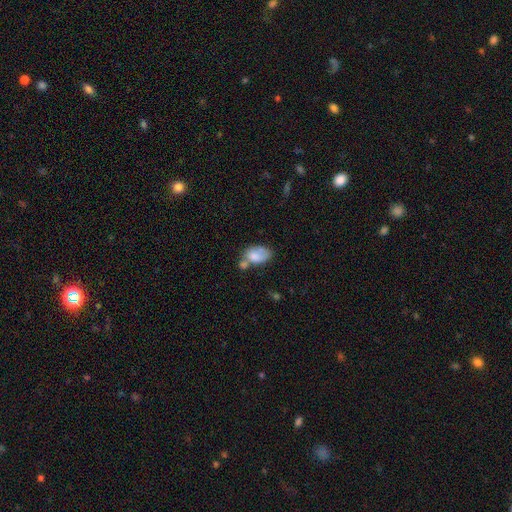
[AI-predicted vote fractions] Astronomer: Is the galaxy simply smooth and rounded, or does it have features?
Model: smooth — 72%.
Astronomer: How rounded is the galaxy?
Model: in between — 88%.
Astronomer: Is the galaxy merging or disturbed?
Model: merger — 38% (runner-up: none, 27%).